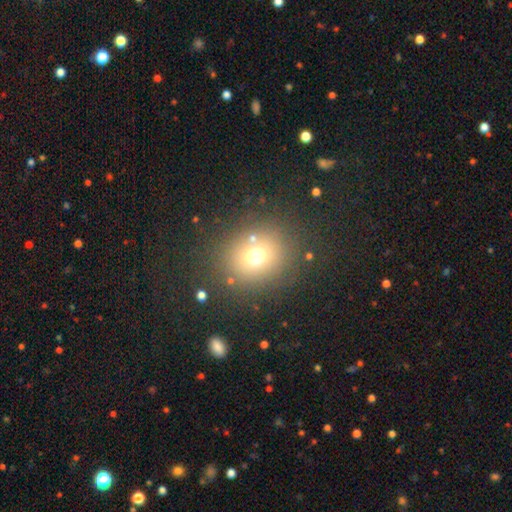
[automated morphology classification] smooth 68%, star or artifact 20%, featured or disk 12%. Down the decision tree: how rounded — round (75%); merging — none (80%).